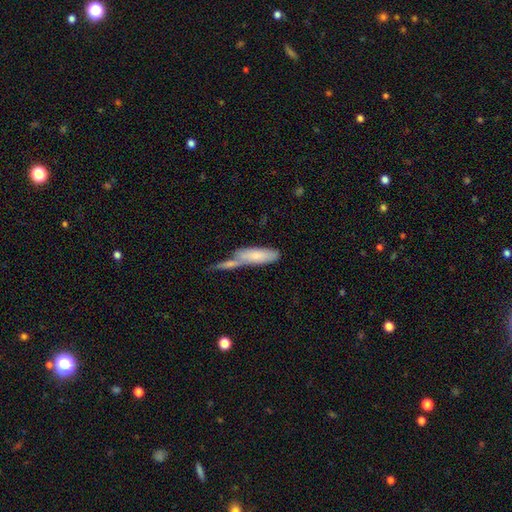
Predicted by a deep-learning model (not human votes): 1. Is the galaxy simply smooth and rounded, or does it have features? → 71% smooth, 23% featured or disk, 6% star or artifact.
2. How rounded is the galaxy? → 53% cigar-shaped, 45% in between, 2% round.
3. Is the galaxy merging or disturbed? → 48% merger, 32% none, 14% minor disturbance, 7% major disturbance.